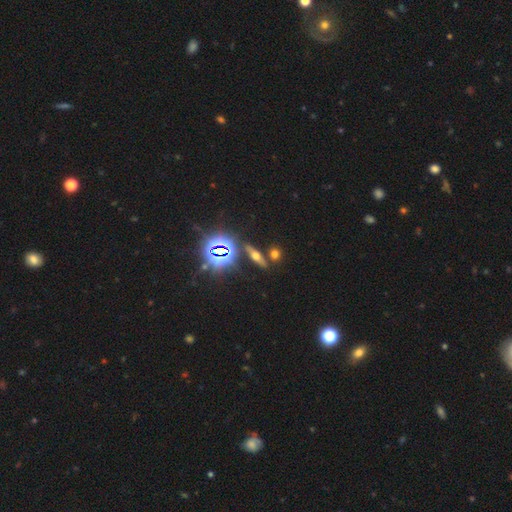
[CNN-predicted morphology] Overall: featured or disk (41%; star or artifact 31%). Merging: none (83%).